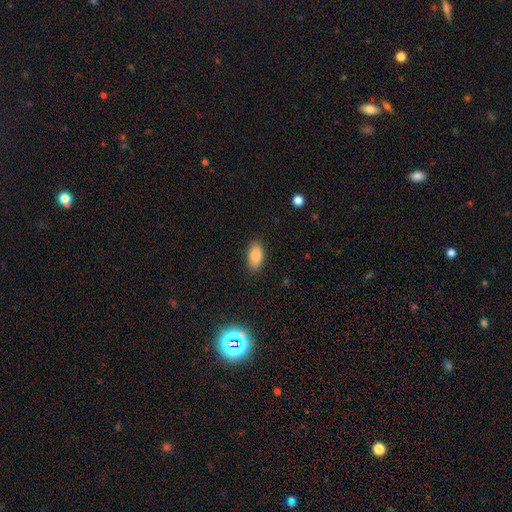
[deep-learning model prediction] A smooth galaxy with no disk features (86%) that is in between round and cigar-shaped (93%).

Vote fractions:
- Smooth or featured? smooth: 86% / star or artifact: 8% / featured or disk: 6%
- How rounded? in between: 93% / cigar-shaped: 4% / round: 4%
- Merging? none: 87% / minor disturbance: 9% / major disturbance: 2% / merger: 1%